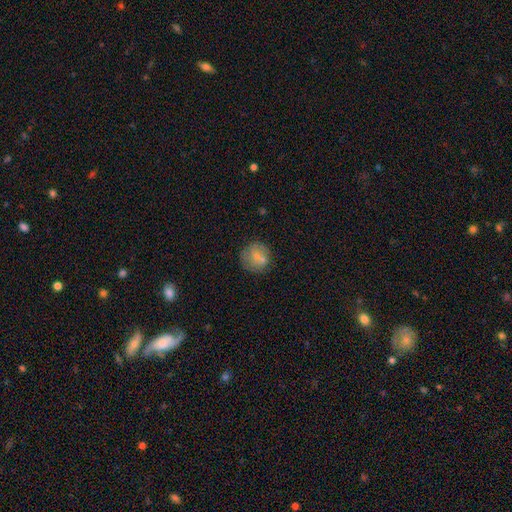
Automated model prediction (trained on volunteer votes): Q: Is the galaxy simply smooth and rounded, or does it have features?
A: smooth — 71%.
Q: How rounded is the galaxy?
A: round — 91%.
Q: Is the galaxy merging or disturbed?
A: none — 66%.